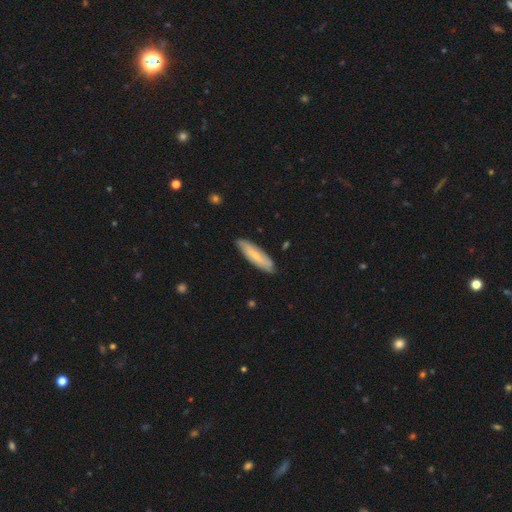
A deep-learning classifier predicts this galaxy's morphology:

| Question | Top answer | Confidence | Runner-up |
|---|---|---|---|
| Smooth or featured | smooth | 64% | featured or disk (30%) |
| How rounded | cigar-shaped | 65% | in between (33%) |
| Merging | none | 86% | minor disturbance (11%) |